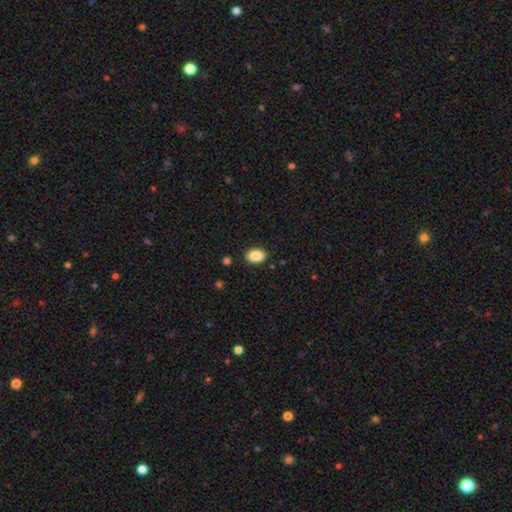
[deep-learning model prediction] Overall: smooth (89%). How rounded: in between (87%). Merging: none (89%).